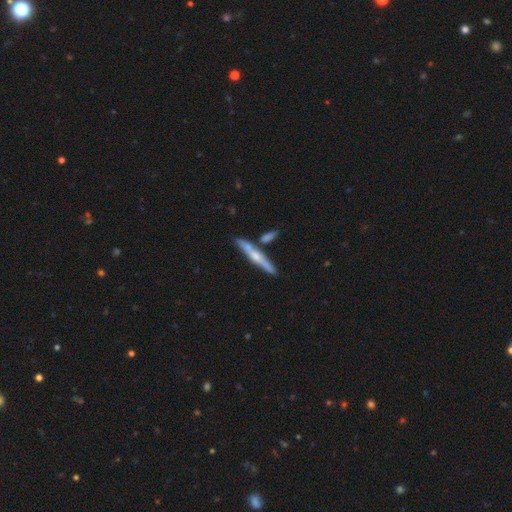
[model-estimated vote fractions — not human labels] This is possibly a featured or disk galaxy (60%). It is clearly viewed edge-on (94%). Edge-on bulge: likely rounded (76%). Merging: likely none (71%).